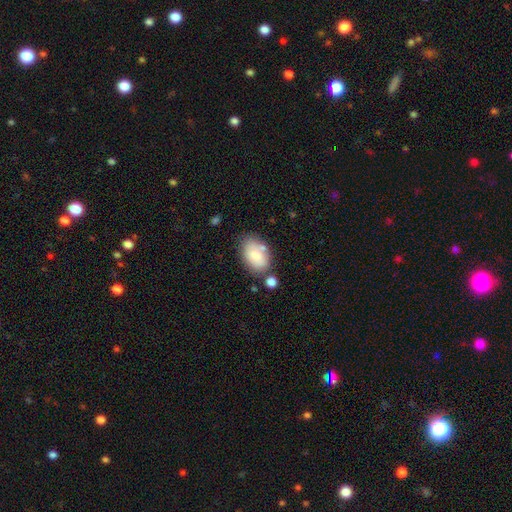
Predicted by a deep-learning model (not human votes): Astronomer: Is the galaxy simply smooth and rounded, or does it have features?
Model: smooth — 80%.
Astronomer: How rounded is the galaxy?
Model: in between — 90%.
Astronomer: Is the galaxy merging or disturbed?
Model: none — 62%.